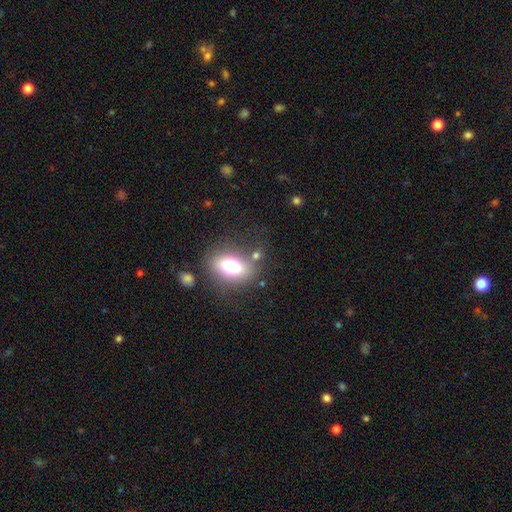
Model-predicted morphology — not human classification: smooth_or_featured: smooth (p=0.68) [alt: star or artifact p=0.17]
how_rounded: in between (p=0.64) [alt: round p=0.33]
merging: none (p=0.67) [alt: minor disturbance p=0.16]